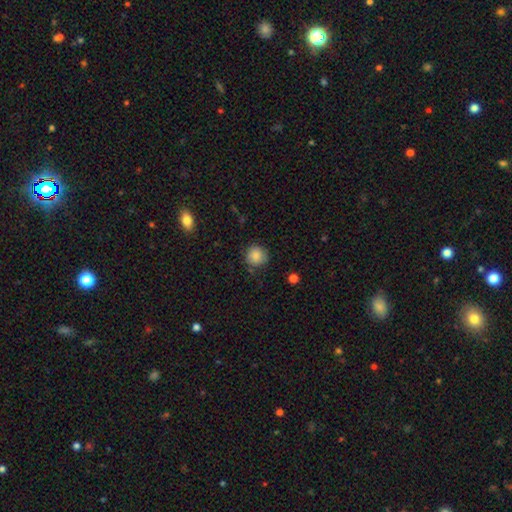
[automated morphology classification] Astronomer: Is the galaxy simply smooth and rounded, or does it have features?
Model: smooth — 84%.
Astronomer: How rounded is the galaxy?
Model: round — 90%.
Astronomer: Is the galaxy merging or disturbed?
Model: none — 81%.